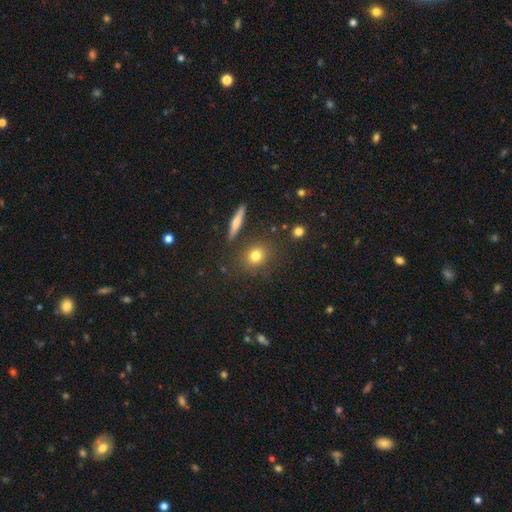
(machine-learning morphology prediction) Q: Smooth or featured?
A: smooth (77%); runner-up: star or artifact (12%)
Q: How rounded?
A: round (73%); runner-up: in between (24%)
Q: Merging?
A: none (83%); runner-up: minor disturbance (9%)